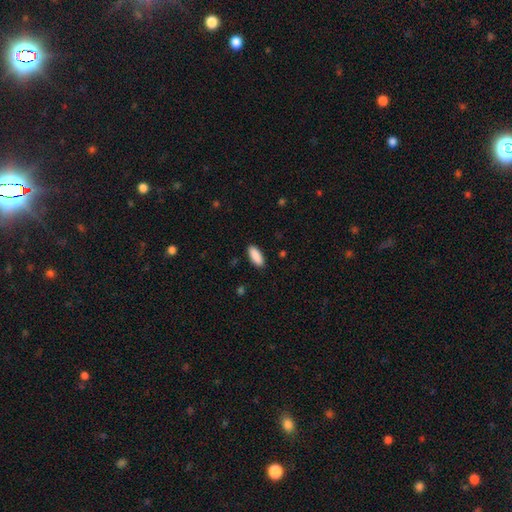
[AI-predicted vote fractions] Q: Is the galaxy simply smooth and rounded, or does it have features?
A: smooth — 91%.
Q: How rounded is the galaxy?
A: in between — 83%.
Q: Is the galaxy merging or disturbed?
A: none — 89%.